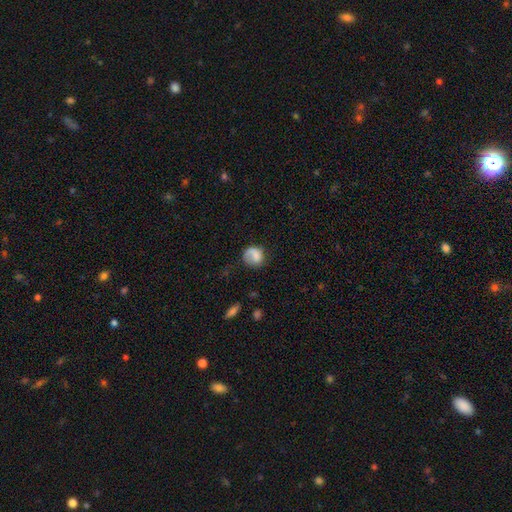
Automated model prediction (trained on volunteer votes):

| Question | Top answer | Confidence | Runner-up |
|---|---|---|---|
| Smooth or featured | smooth | 63% | featured or disk (28%) |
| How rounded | round | 71% | in between (28%) |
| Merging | none | 55% | minor disturbance (22%) |